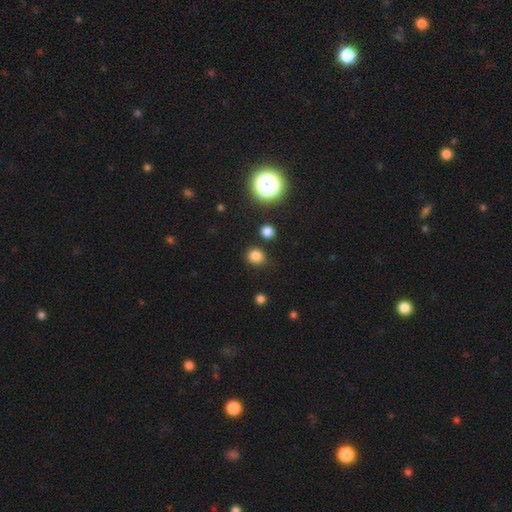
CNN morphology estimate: Q: Smooth or featured?
A: smooth (80%); runner-up: star or artifact (16%)
Q: How rounded?
A: round (83%); runner-up: in between (16%)
Q: Merging?
A: none (83%); runner-up: minor disturbance (9%)